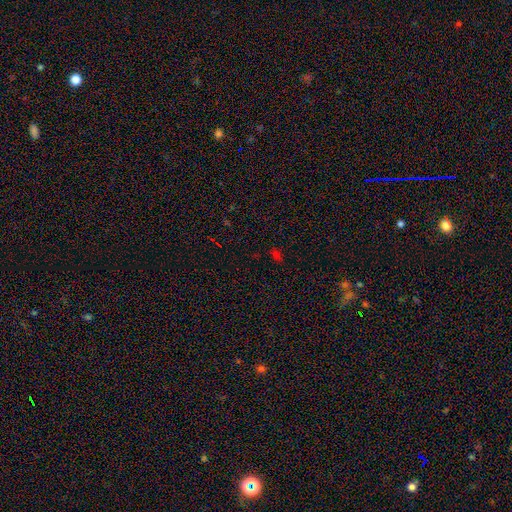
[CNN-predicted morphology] type=star or artifact (52%).